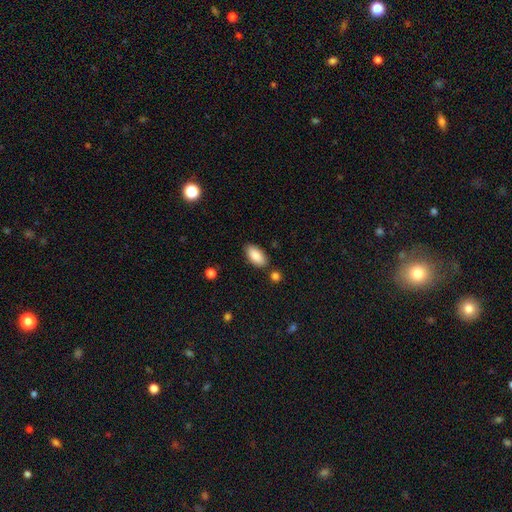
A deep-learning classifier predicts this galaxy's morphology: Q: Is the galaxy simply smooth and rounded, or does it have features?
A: smooth — 87%.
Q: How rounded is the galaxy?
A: in between — 93%.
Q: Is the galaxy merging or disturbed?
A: none — 82%.